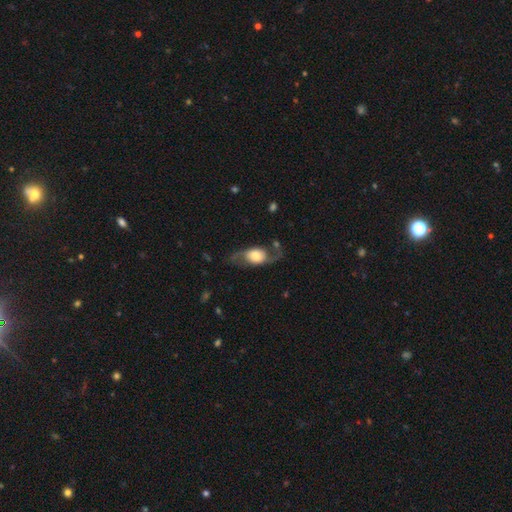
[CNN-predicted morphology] This is likely a featured or disk galaxy (67%). It is clearly not viewed edge-on (88%). Bar: likely no (69%). Spiral arm pattern: clearly yes (84%). Central bulge: marginally large (42%). Merging: likely none (64%).